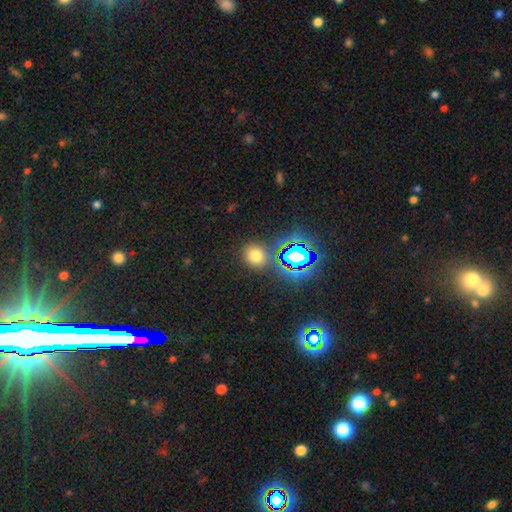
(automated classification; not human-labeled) Smooth or featured? smooth (65%)
How rounded? round (73%)
Merging? none (81%)